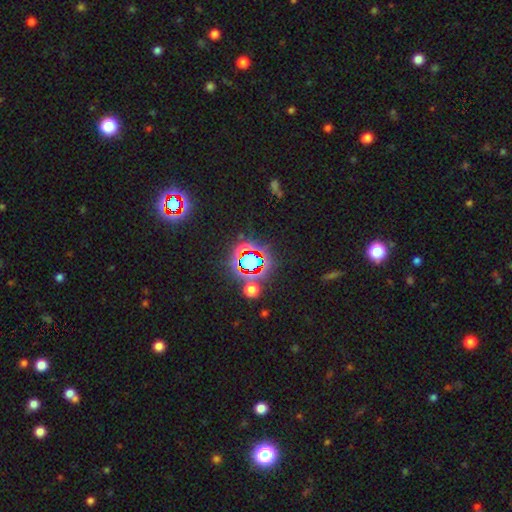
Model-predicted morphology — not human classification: star or artifact 77%, smooth 15%, featured or disk 8%.